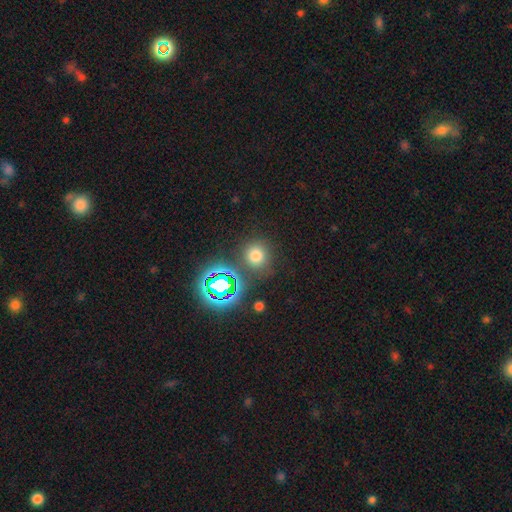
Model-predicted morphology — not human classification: Smooth or featured?
  - smooth: 68% *
  - star or artifact: 25%
  - featured or disk: 7%
How rounded?
  - round: 89% *
  - in between: 10%
  - cigar-shaped: 1%
Merging?
  - none: 82% *
  - minor disturbance: 9%
  - merger: 5%
  - major disturbance: 4%